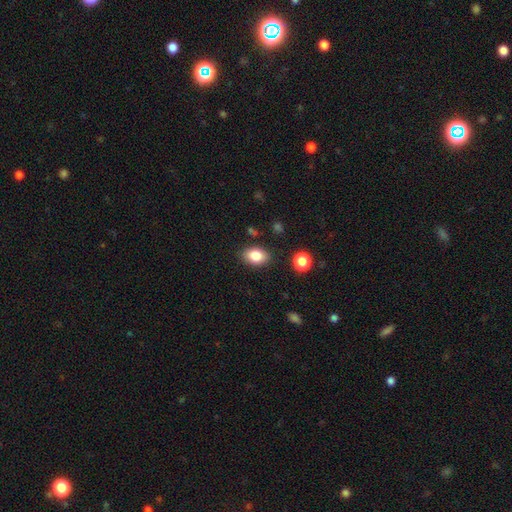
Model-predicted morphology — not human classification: Smooth or featured? smooth (84%)
How rounded? in between (81%)
Merging? none (84%)